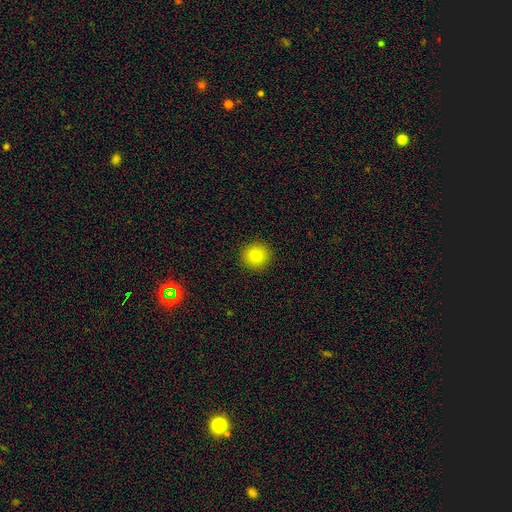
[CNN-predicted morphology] Smooth or featured? smooth (85%)
How rounded? round (91%)
Merging? none (92%)